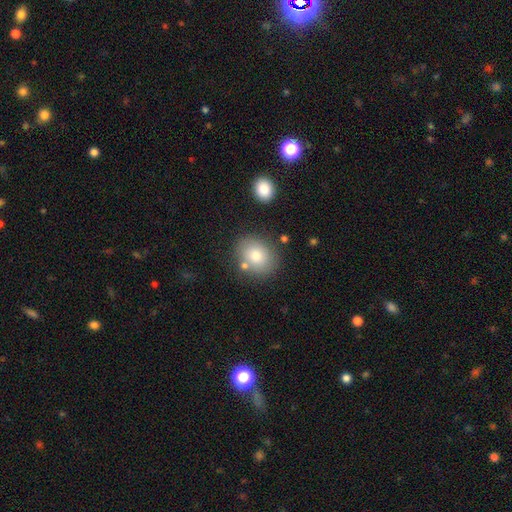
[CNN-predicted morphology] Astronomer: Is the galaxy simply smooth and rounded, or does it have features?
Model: smooth — 77%.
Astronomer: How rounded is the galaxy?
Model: round — 60% (runner-up: in between, 39%).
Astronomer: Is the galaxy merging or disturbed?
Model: none — 76%.